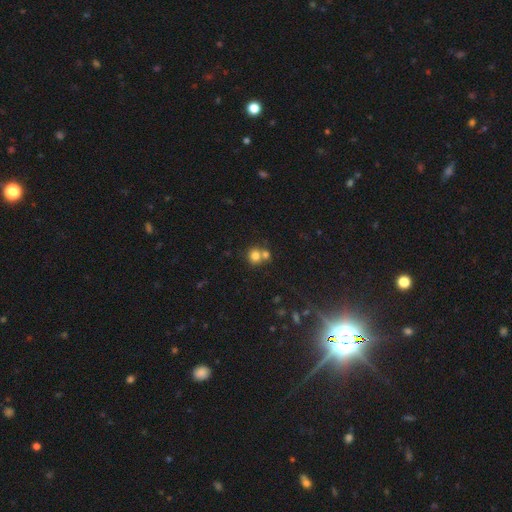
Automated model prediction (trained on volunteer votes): A smooth galaxy with no disk features (78%) that is round (84%).

Vote fractions:
- Smooth or featured? smooth: 78% / star or artifact: 12% / featured or disk: 10%
- How rounded? round: 84% / in between: 15% / cigar-shaped: 1%
- Merging? none: 48% / merger: 42% / minor disturbance: 7% / major disturbance: 3%